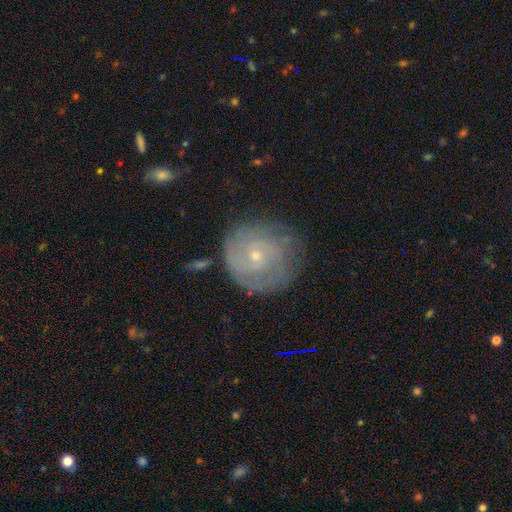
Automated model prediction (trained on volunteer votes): A featured or disk galaxy (66%) with no bar (74%), tight (66%) spiral arms (83%) and a small central bulge (80%). Merging: none (71%).